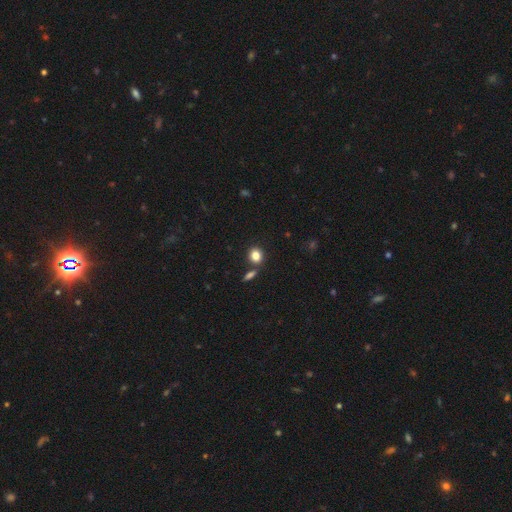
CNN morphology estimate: A smooth galaxy with no disk features (83%) that is round (58%). Merging: none (73%).